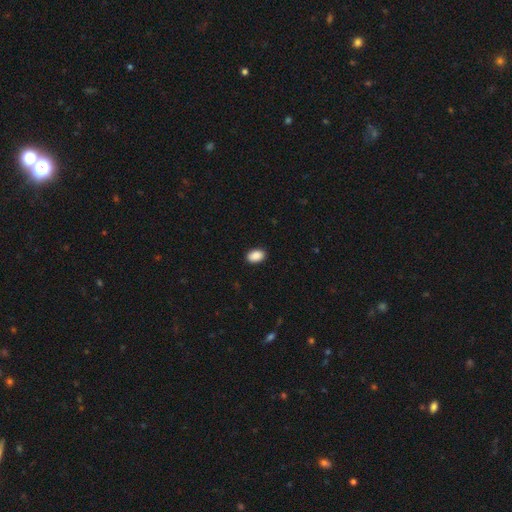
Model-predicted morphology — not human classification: This appears to be a smooth galaxy with no disk features (91%) that is in between round and cigar-shaped (87%). Merging: none (90%).